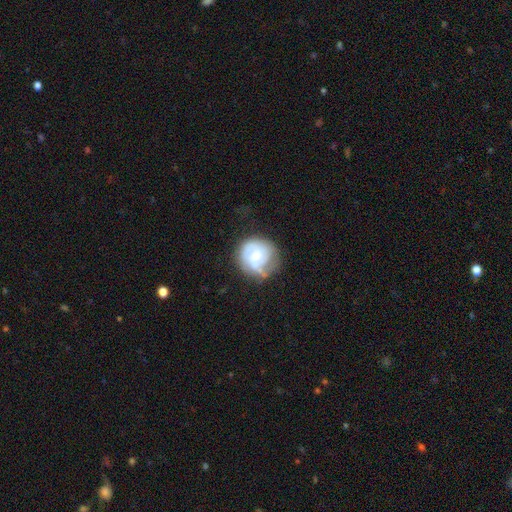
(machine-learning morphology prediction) Smooth or featured: featured or disk — 64% (smooth — 29%)
Edge-on disk: no — 98% (yes — 2%)
Bar: no — 67% (weak — 28%)
Spiral arms: yes — 87% (no — 13%)
Spiral winding: tight — 50% (medium — 36%)
Spiral arm count: 2 — 41% (can't tell — 25%)
Bulge size: small — 46% (moderate — 37%)
Merging: none — 60% (minor disturbance — 24%)